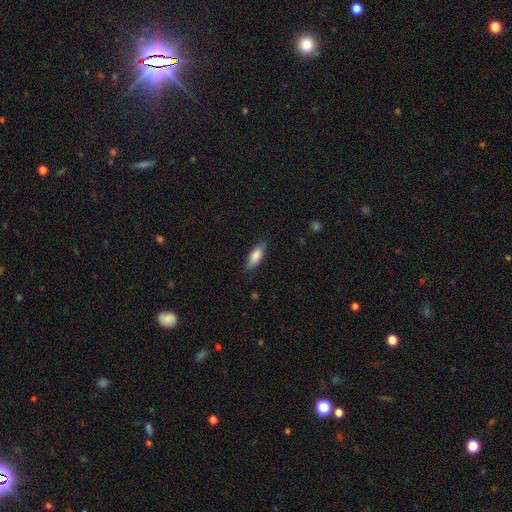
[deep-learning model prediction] smooth_or_featured: smooth (p=0.85) [alt: featured or disk p=0.09]
how_rounded: in between (p=0.74) [alt: cigar-shaped p=0.24]
merging: none (p=0.82) [alt: minor disturbance p=0.14]